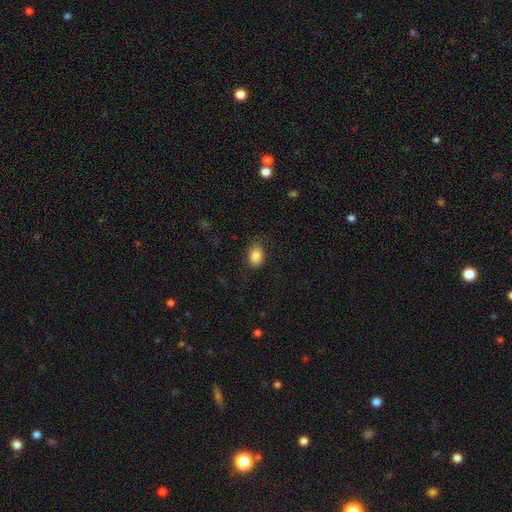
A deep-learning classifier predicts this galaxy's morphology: smooth-or-featured: smooth: 86% | star or artifact: 8% | featured or disk: 6%
  how-rounded: in between: 79% | round: 19% | cigar-shaped: 1%
  merging: none: 79% | minor disturbance: 15% | major disturbance: 5% | merger: 1%